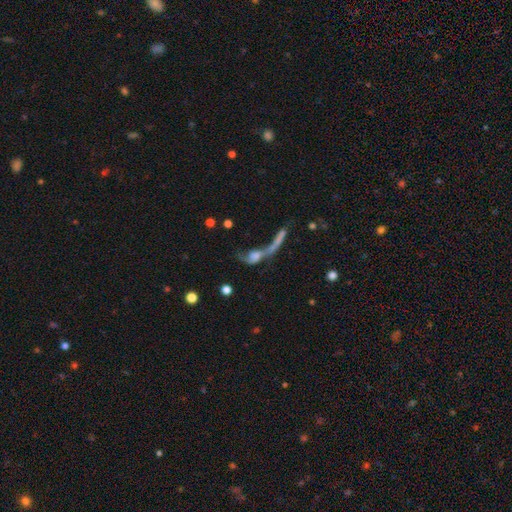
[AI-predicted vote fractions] This is possibly a featured or disk galaxy (45%). Merging: possibly merger (48%).